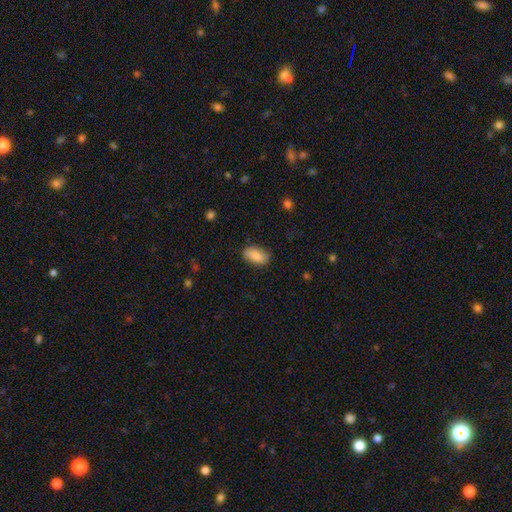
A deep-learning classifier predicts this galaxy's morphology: Smooth or featured?
  - smooth: 87% *
  - featured or disk: 7%
  - star or artifact: 7%
How rounded?
  - in between: 93% *
  - round: 4%
  - cigar-shaped: 3%
Merging?
  - none: 82% *
  - minor disturbance: 13%
  - major disturbance: 3%
  - merger: 1%